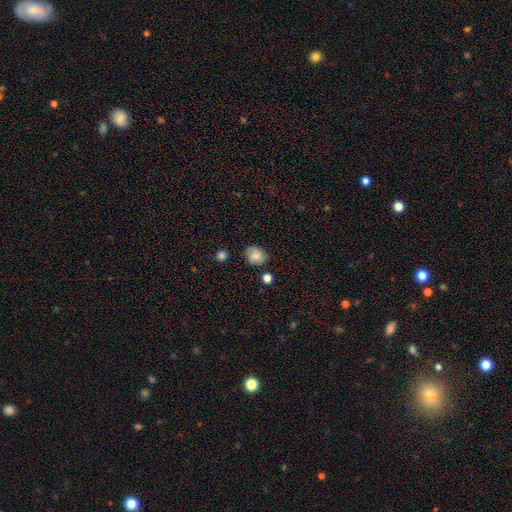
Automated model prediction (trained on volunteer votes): Q: Smooth or featured?
A: smooth (67%); runner-up: featured or disk (22%)
Q: How rounded?
A: round (60%); runner-up: in between (39%)
Q: Merging?
A: none (67%); runner-up: minor disturbance (23%)